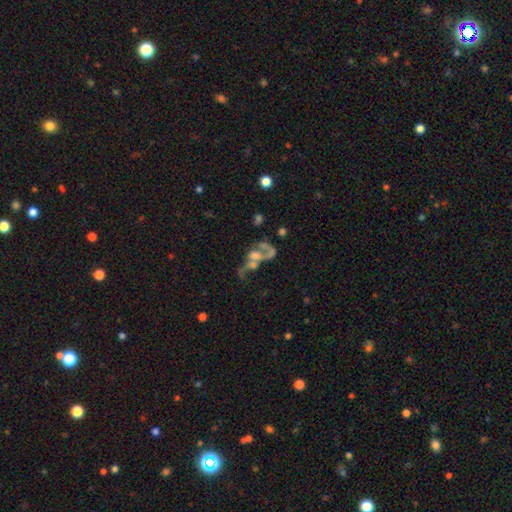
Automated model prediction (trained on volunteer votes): Smooth or featured? featured or disk (60%)
Edge-on disk? no (96%)
Bar? no (78%)
Spiral arms? no (61%)
Bulge size? none (36%)
Merging? merger (46%)